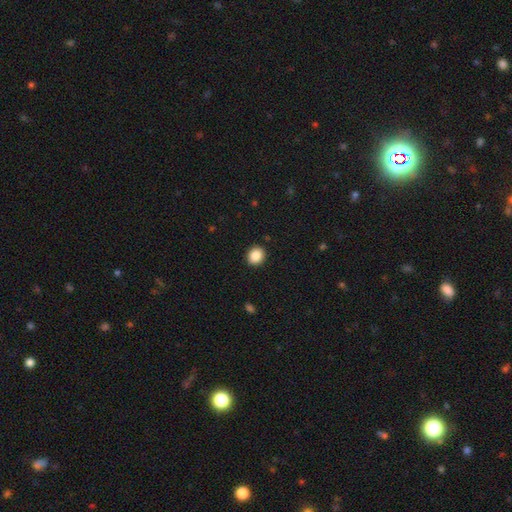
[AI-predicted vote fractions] smooth-or-featured: smooth: 88% | star or artifact: 9% | featured or disk: 4%
  how-rounded: round: 75% | in between: 24% | cigar-shaped: 1%
  merging: none: 92% | minor disturbance: 6% | major disturbance: 2% | merger: 1%